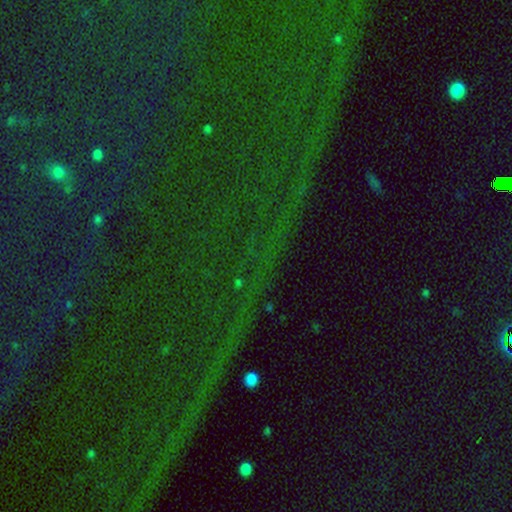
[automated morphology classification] star or artifact 82%, smooth 9%, featured or disk 9%.